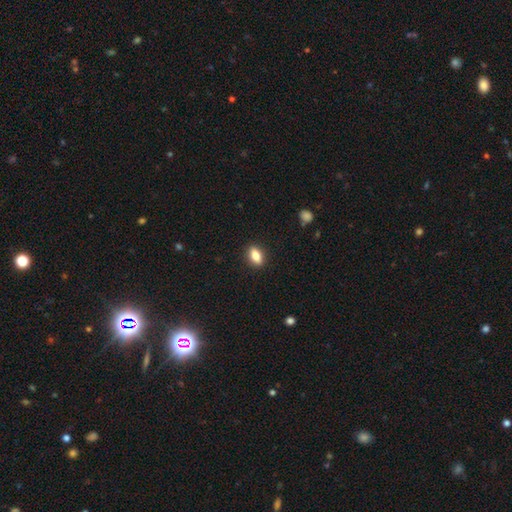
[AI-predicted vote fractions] A smooth galaxy with no disk features (77%) that is in between round and cigar-shaped (80%).

Vote fractions:
- Smooth or featured? smooth: 77% / featured or disk: 15% / star or artifact: 8%
- How rounded? in between: 80% / cigar-shaped: 10% / round: 10%
- Merging? none: 89% / minor disturbance: 8% / major disturbance: 2% / merger: 1%